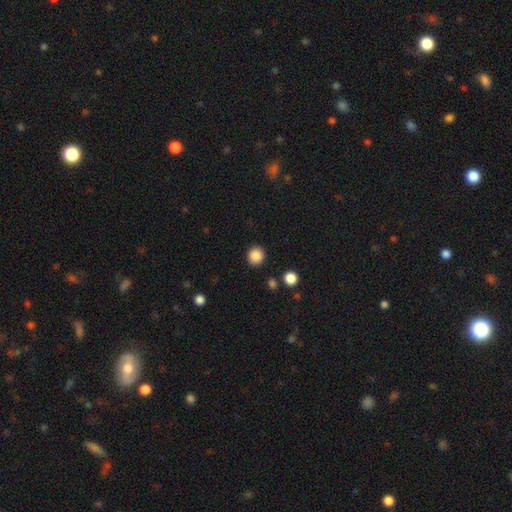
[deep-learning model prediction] This appears to be a smooth galaxy with no disk features (87%) that is round (91%). Merging: none (90%).